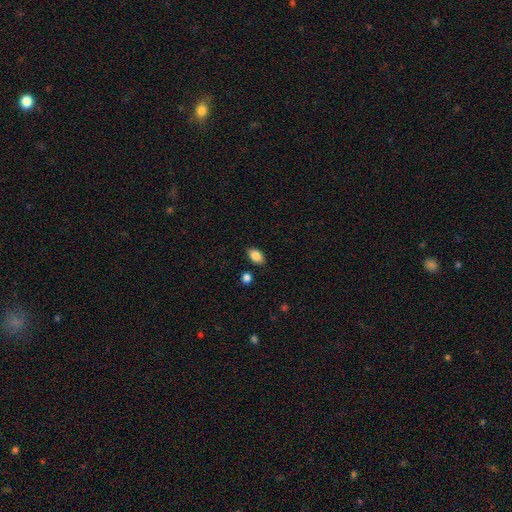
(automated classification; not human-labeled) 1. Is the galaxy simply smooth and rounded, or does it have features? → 86% smooth, 8% star or artifact, 5% featured or disk.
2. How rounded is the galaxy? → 86% in between, 13% round, 2% cigar-shaped.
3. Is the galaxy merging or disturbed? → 84% none, 11% minor disturbance, 3% merger, 2% major disturbance.